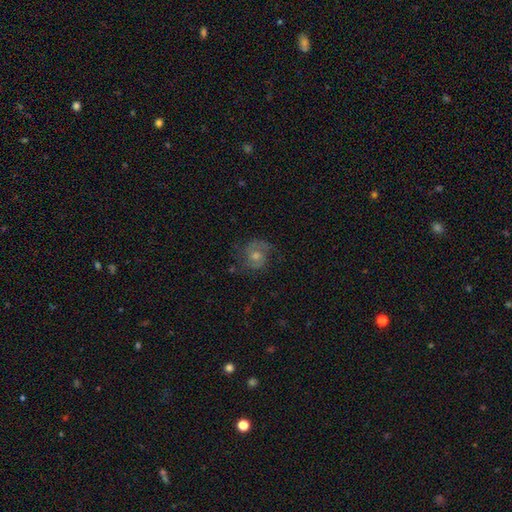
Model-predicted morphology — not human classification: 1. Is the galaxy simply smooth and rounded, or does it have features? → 72% featured or disk, 15% smooth, 13% star or artifact.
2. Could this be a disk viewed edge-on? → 97% no, 3% yes.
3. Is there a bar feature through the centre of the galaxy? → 64% no, 30% weak, 6% strong.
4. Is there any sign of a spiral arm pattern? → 94% yes, 6% no.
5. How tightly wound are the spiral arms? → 50% medium, 34% tight, 16% loose.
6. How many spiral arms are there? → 81% 2, 9% can't tell, 4% 1, 3% 3, 1% 4, 1% more than 4.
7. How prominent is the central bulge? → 59% moderate, 30% small, 6% large, 3% none, 1% dominant.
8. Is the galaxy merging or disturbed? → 76% none, 15% minor disturbance, 8% major disturbance, 1% merger.